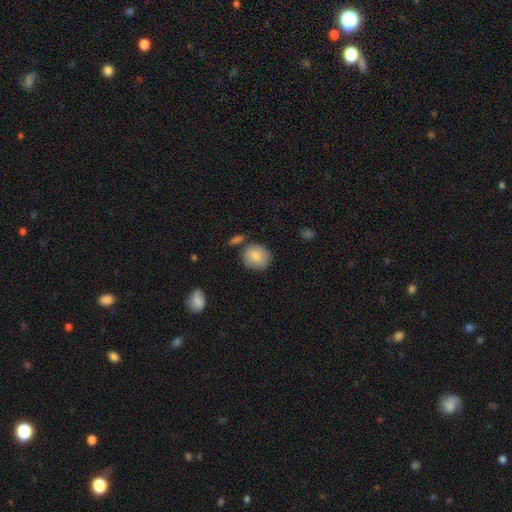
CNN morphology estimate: Smooth or featured? smooth (84%)
How rounded? round (82%)
Merging? none (73%)